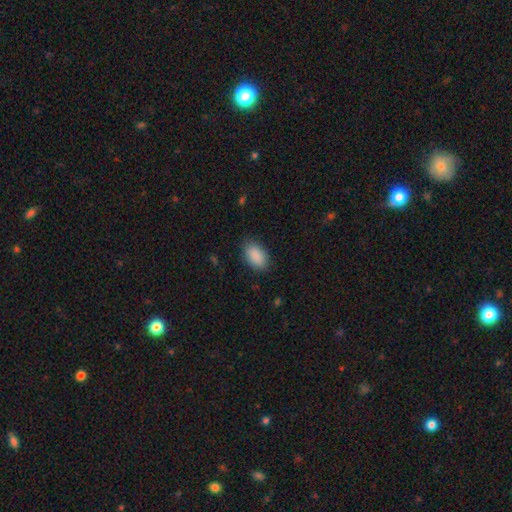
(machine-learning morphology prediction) smooth_or_featured: smooth (p=0.90) [alt: star or artifact p=0.07]
how_rounded: in between (p=0.93) [alt: round p=0.06]
merging: none (p=0.86) [alt: minor disturbance p=0.11]